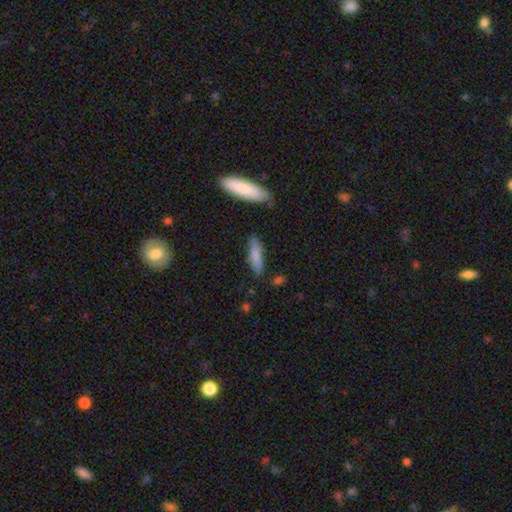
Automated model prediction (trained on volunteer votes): The model was most divided on "how rounded": cigar-shaped: 69%, in between: 29%, round: 2%. More confident: smooth or featured — smooth (80%); merging — none (80%).